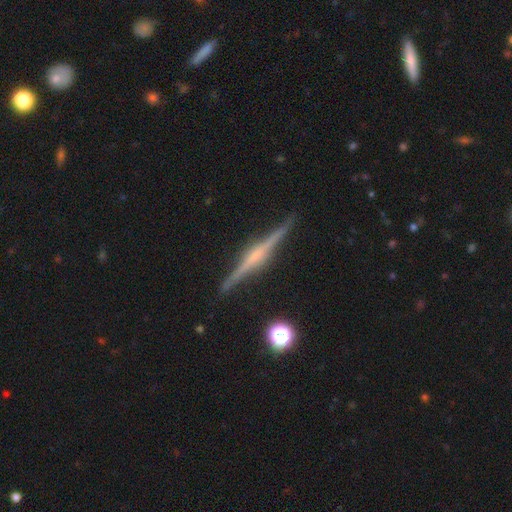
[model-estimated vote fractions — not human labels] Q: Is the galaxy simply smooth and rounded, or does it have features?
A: featured or disk — 84%.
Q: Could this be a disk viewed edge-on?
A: yes — 98%.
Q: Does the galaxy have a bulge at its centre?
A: rounded — 66%.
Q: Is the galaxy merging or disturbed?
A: none — 91%.